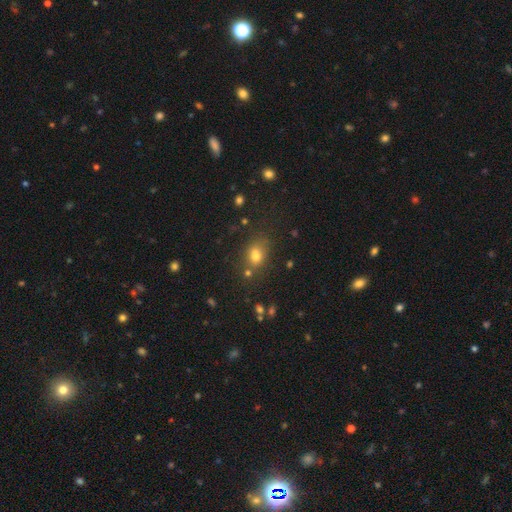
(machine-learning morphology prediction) Overall: smooth (71%). How rounded: in between (57%; round 42%). Merging: none (66%).